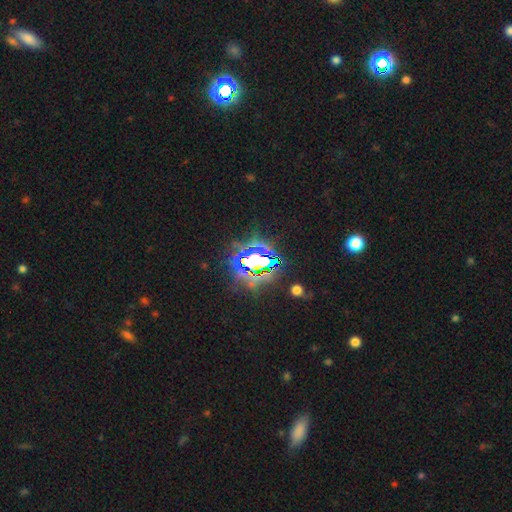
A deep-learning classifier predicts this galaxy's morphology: The model was most divided on "smooth or featured": star or artifact: 81%, smooth: 11%, featured or disk: 8%.